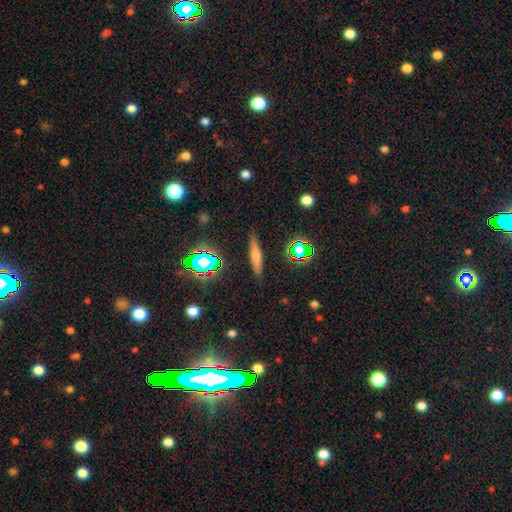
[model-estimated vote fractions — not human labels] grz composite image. It shows a smooth galaxy with no disk features (50%). Merging: none (87%).